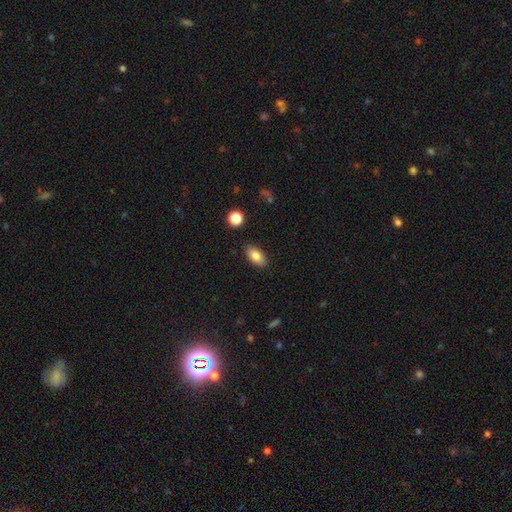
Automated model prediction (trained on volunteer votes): Smooth or featured? Predicted: smooth (p=0.84). How rounded? Predicted: in between (p=0.91). Merging? Predicted: none (p=0.87).